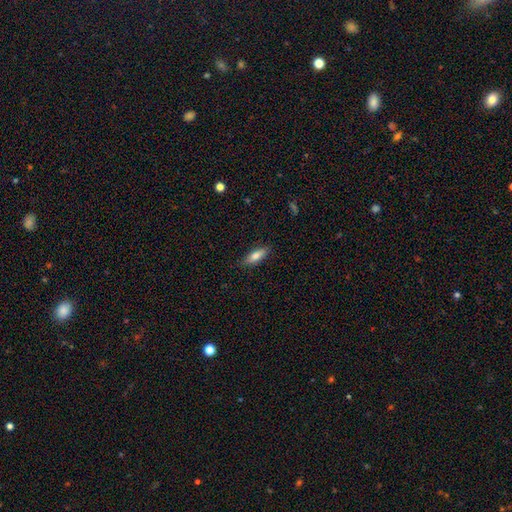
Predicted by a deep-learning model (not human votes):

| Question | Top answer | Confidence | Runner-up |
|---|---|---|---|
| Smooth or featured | smooth | 75% | featured or disk (19%) |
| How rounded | in between | 59% | cigar-shaped (39%) |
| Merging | none | 85% | minor disturbance (12%) |